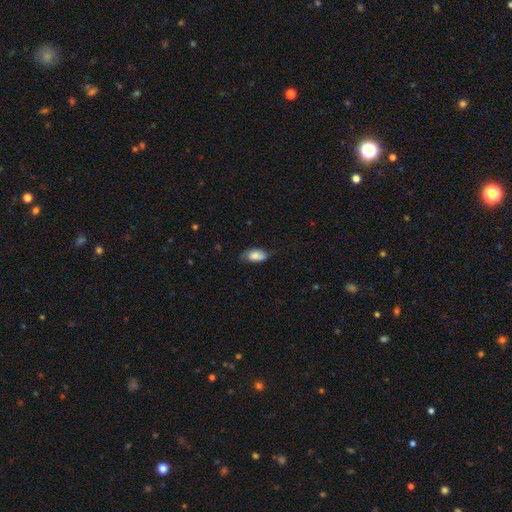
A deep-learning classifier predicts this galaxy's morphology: Q: Smooth or featured?
A: smooth (82%); runner-up: featured or disk (11%)
Q: How rounded?
A: in between (92%); runner-up: cigar-shaped (5%)
Q: Merging?
A: none (59%); runner-up: minor disturbance (32%)